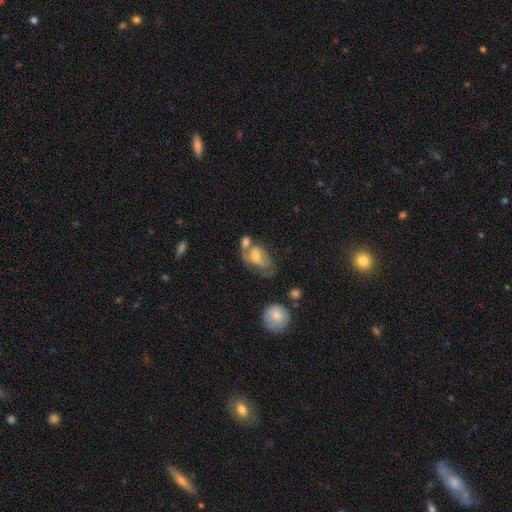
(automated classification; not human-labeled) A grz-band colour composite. It shows a featured or disk galaxy (48%). Merging: merger (35%).